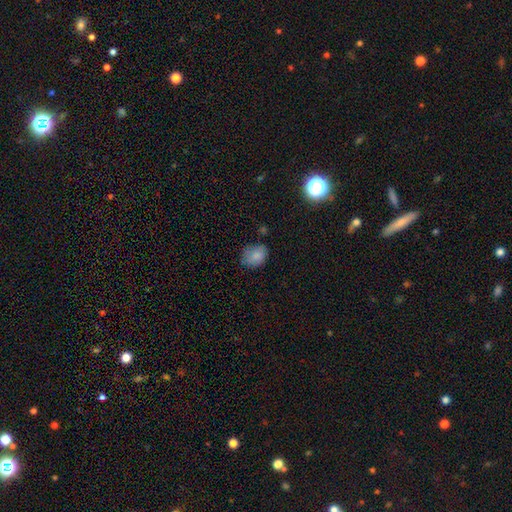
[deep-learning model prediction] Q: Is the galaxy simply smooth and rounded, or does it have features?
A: smooth — 82%.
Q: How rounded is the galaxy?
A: round — 50%.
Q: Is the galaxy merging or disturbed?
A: none — 65%.